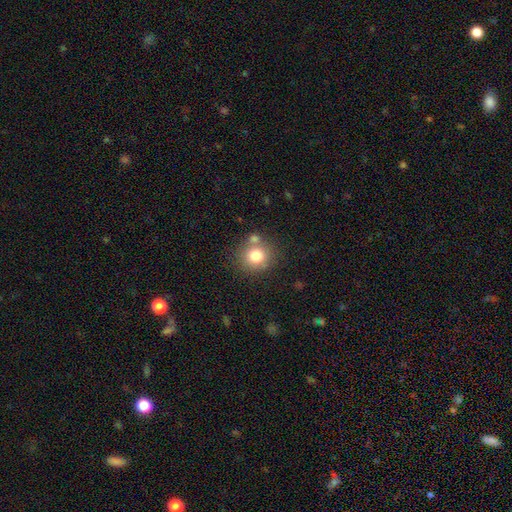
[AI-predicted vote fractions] Smooth or featured: smooth — 79% (star or artifact — 11%)
How rounded: round — 85% (in between — 14%)
Merging: none — 68% (merger — 16%)